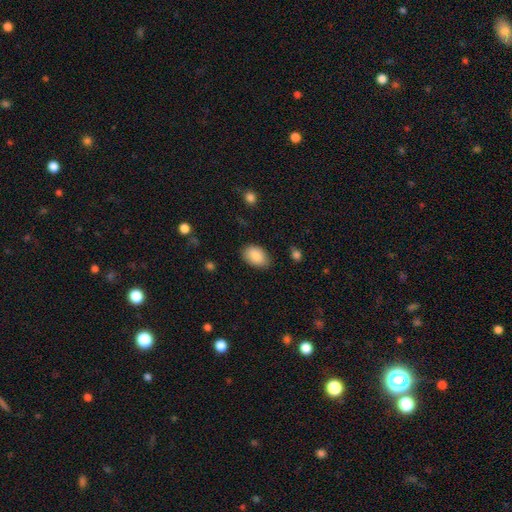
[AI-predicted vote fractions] Overall: smooth (87%). How rounded: in between (90%). Merging: none (82%).